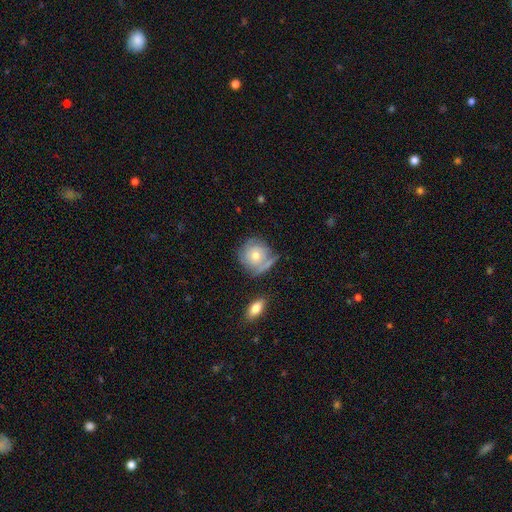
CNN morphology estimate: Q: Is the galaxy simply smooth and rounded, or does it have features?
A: featured or disk — 49%.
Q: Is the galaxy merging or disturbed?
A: none — 58%.